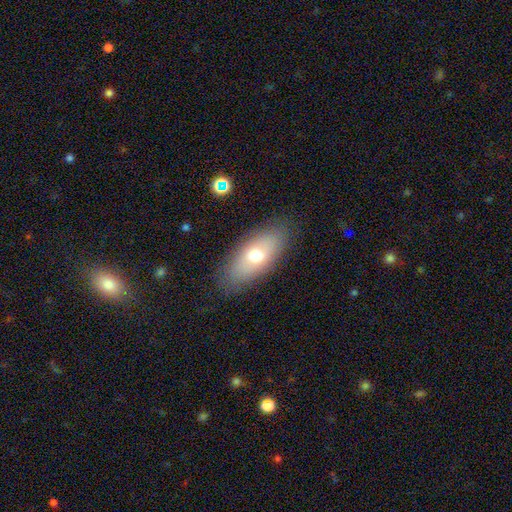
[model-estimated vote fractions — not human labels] Morphology: type=smooth (67%); roundness=in between (84%); merging=none (84%).